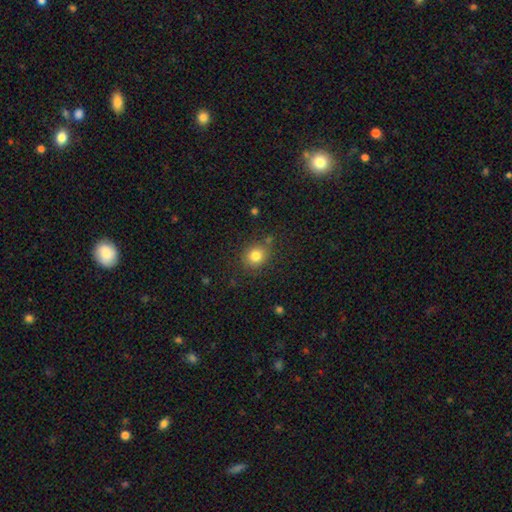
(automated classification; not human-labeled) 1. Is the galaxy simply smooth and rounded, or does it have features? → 81% smooth, 12% star or artifact, 7% featured or disk.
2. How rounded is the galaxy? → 78% round, 21% in between, 1% cigar-shaped.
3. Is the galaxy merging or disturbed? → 81% none, 11% minor disturbance, 4% merger, 4% major disturbance.